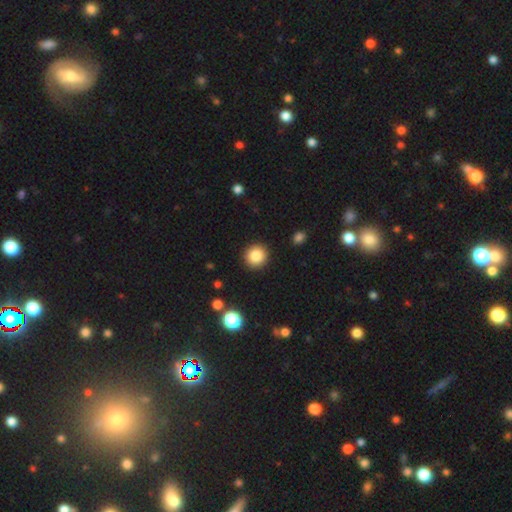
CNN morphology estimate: Overall: smooth (85%). How rounded: round (92%). Merging: none (91%).